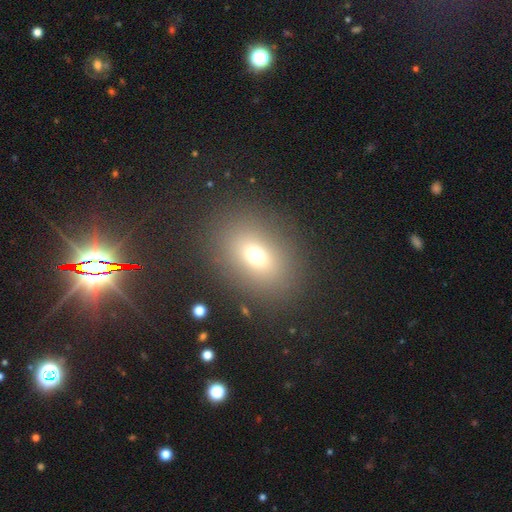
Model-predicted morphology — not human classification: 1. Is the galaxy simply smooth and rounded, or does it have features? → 69% smooth, 18% star or artifact, 13% featured or disk.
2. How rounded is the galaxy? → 63% in between, 35% round, 2% cigar-shaped.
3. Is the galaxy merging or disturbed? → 85% none, 8% minor disturbance, 5% major disturbance, 2% merger.